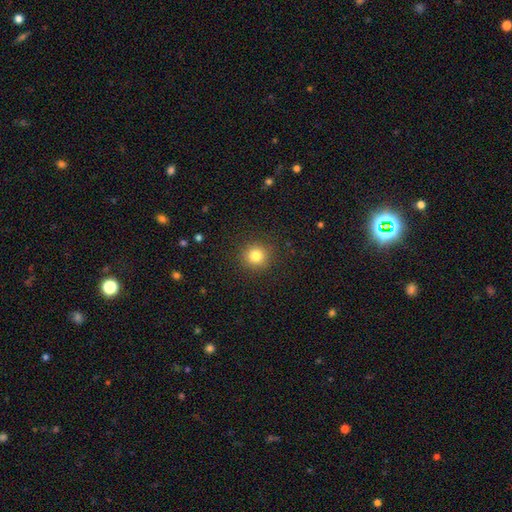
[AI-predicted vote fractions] smooth-or-featured: smooth: 82% | star or artifact: 12% | featured or disk: 6%
  how-rounded: round: 93% | in between: 6% | cigar-shaped: 1%
  merging: none: 91% | minor disturbance: 6% | major disturbance: 2% | merger: 1%